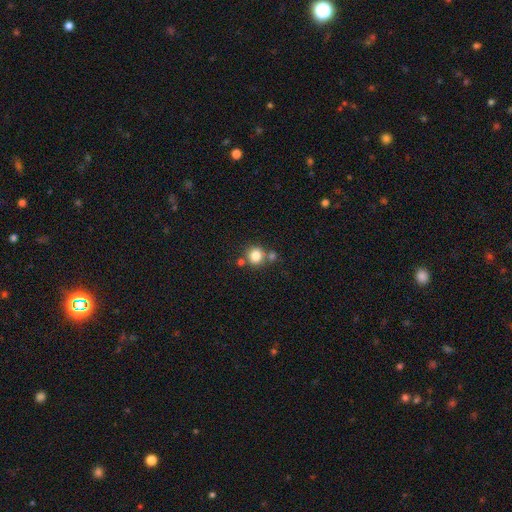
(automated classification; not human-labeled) smooth-or-featured: smooth: 82% | star or artifact: 11% | featured or disk: 7%
  how-rounded: round: 87% | in between: 12% | cigar-shaped: 1%
  merging: none: 64% | merger: 22% | minor disturbance: 10% | major disturbance: 4%